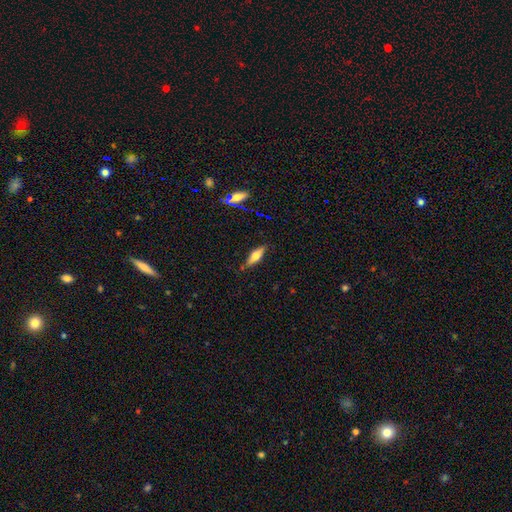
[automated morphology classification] Smooth or featured? smooth (56%)
How rounded? in between (51%)
Merging? none (79%)